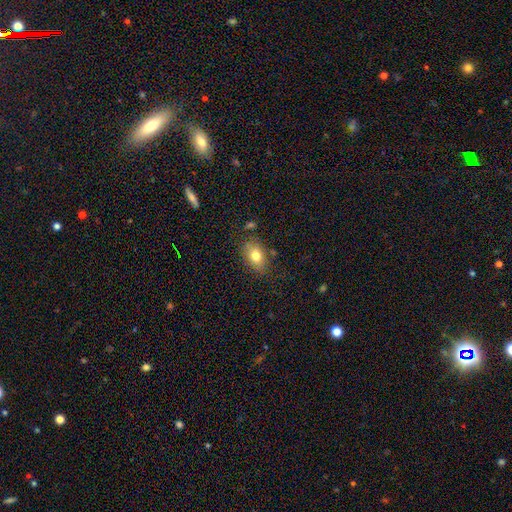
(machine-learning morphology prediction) smooth_or_featured: smooth (p=0.78) [alt: featured or disk p=0.13]
how_rounded: in between (p=0.82) [alt: round p=0.17]
merging: none (p=0.78) [alt: minor disturbance p=0.15]